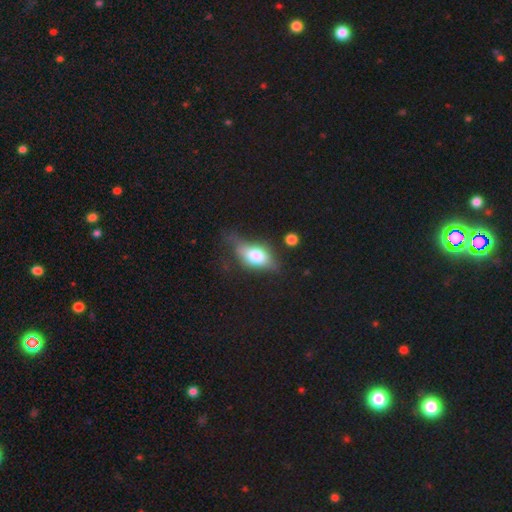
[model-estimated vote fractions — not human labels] Smooth or featured? Predicted: smooth (p=0.64). How rounded? Predicted: in between (p=0.82). Merging? Predicted: none (p=0.47).